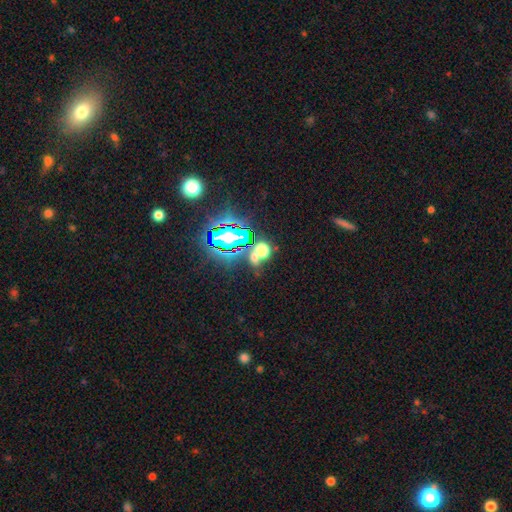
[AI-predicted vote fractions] This appears to be a star or artifact, not a galaxy (54%).